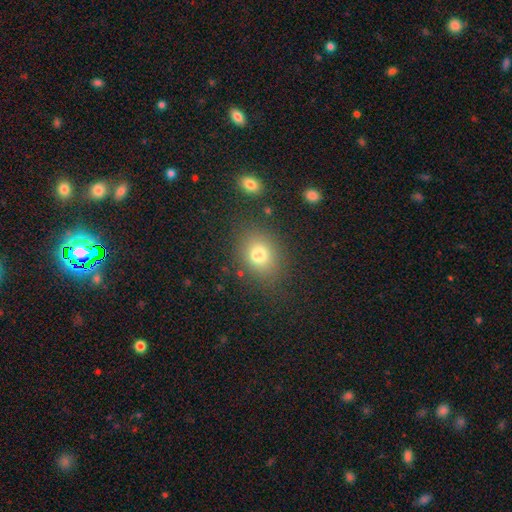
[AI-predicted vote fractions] Overall: smooth (77%). How rounded: in between (51%; round 48%). Merging: none (78%).